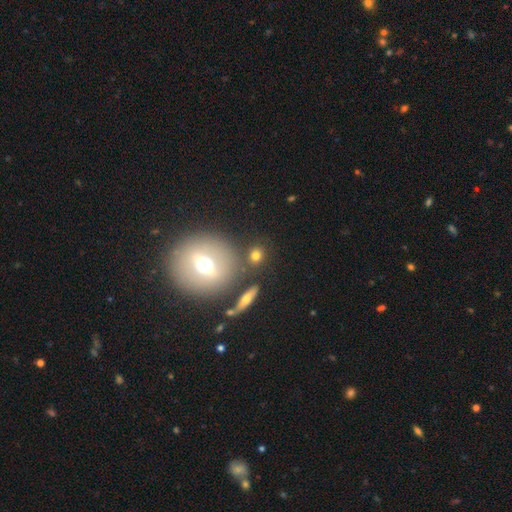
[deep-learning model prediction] This is likely a smooth galaxy (70%). How rounded: likely round (76%). Merging: likely none (76%).